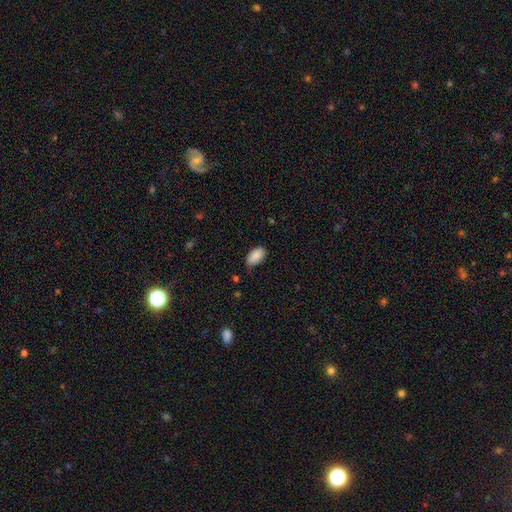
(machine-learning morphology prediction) Overall: smooth (89%). How rounded: in between (95%). Merging: none (74%).